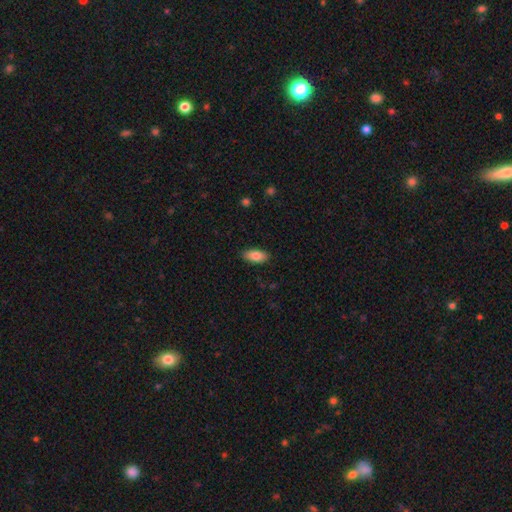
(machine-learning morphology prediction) smooth_or_featured: smooth (p=0.85) [alt: featured or disk p=0.09]
how_rounded: in between (p=0.88) [alt: cigar-shaped p=0.10]
merging: none (p=0.88) [alt: minor disturbance p=0.09]